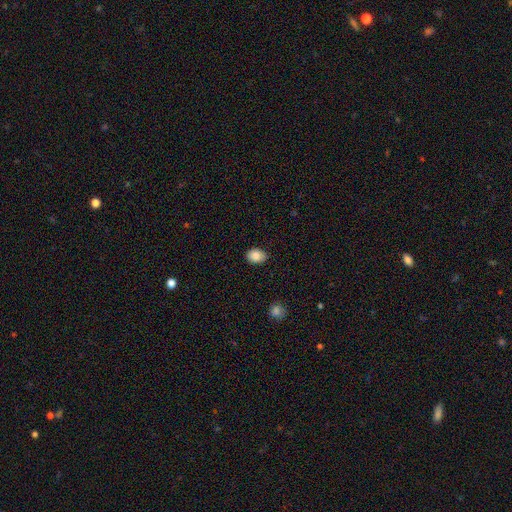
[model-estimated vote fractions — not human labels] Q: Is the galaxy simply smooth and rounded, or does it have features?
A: smooth — 86%.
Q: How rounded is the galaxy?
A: in between — 66%.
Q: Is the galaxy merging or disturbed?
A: none — 85%.